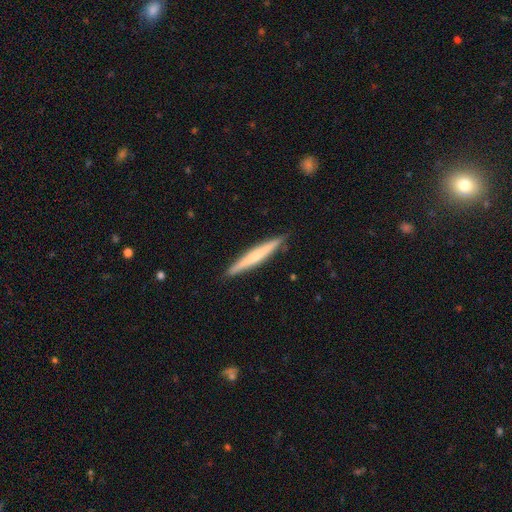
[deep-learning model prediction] smooth-or-featured: featured or disk: 47% (tied) | smooth: 47% (tied) | star or artifact: 5%
  merging: none: 90% | minor disturbance: 7% | major disturbance: 1% | merger: 1%